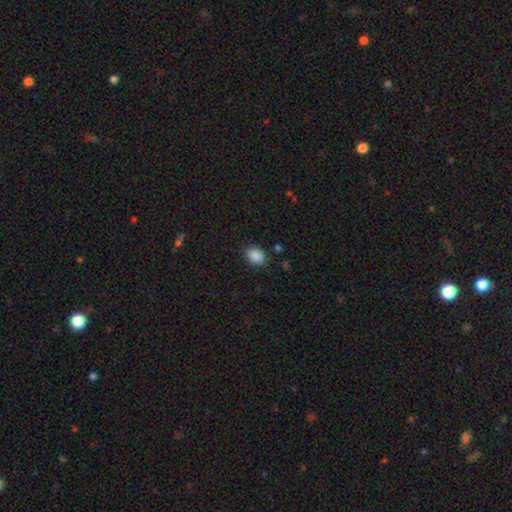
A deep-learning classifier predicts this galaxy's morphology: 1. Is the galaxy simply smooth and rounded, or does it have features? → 88% smooth, 9% star or artifact, 3% featured or disk.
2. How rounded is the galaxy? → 54% in between, 45% round, 1% cigar-shaped.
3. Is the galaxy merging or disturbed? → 85% none, 11% minor disturbance, 3% major disturbance, 2% merger.